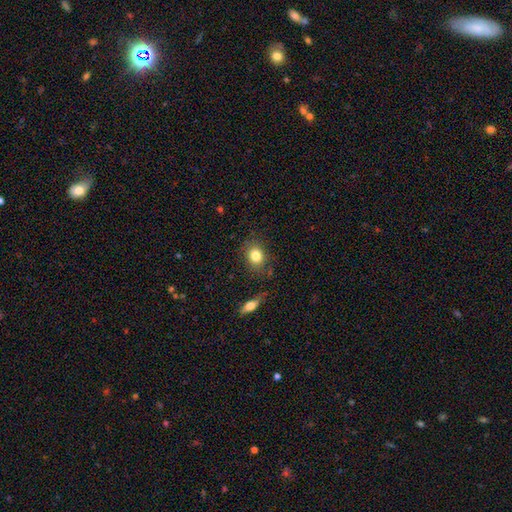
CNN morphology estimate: Smooth or featured? smooth (82%)
How rounded? round (57%)
Merging? none (80%)